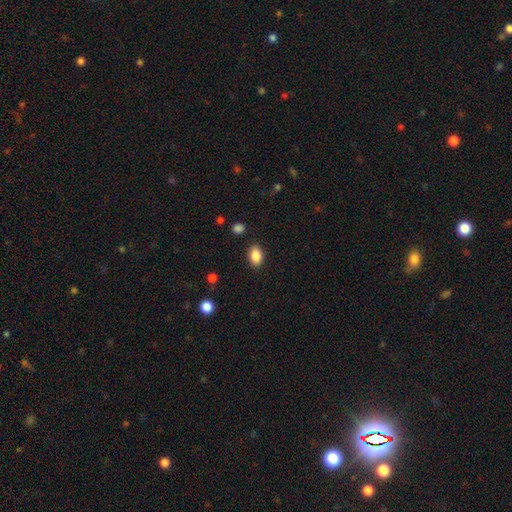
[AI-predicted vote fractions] Smooth or featured?
  - smooth: 87% *
  - star or artifact: 8%
  - featured or disk: 5%
How rounded?
  - in between: 85% *
  - round: 13%
  - cigar-shaped: 1%
Merging?
  - none: 87% *
  - minor disturbance: 9%
  - major disturbance: 2%
  - merger: 1%